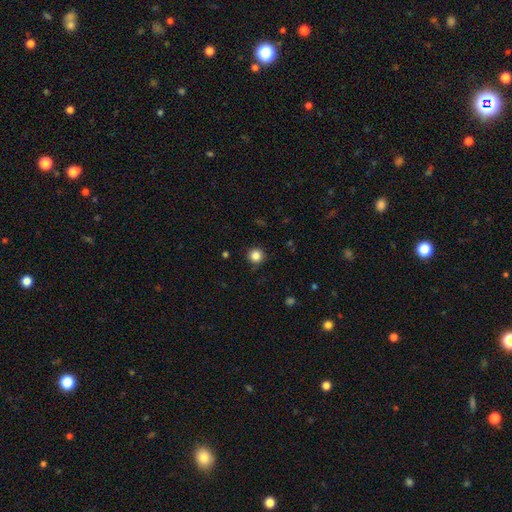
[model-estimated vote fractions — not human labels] Smooth or featured: smooth — 85% (star or artifact — 11%)
How rounded: round — 95% (in between — 4%)
Merging: none — 91% (minor disturbance — 6%)